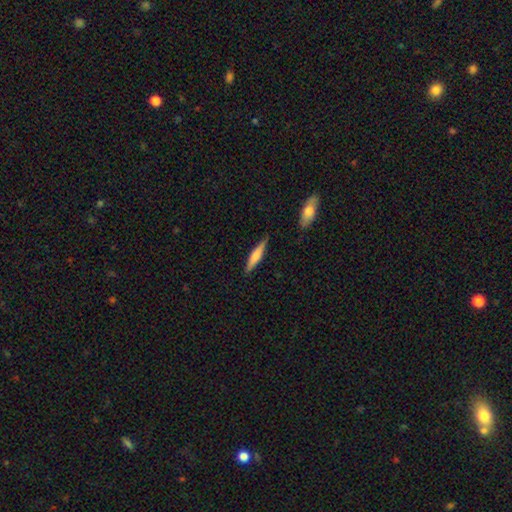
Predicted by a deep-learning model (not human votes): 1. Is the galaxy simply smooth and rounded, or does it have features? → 62% smooth, 33% featured or disk, 5% star or artifact.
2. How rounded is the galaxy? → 85% cigar-shaped, 13% in between, 2% round.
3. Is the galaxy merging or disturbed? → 86% none, 11% minor disturbance, 2% major disturbance, 2% merger.